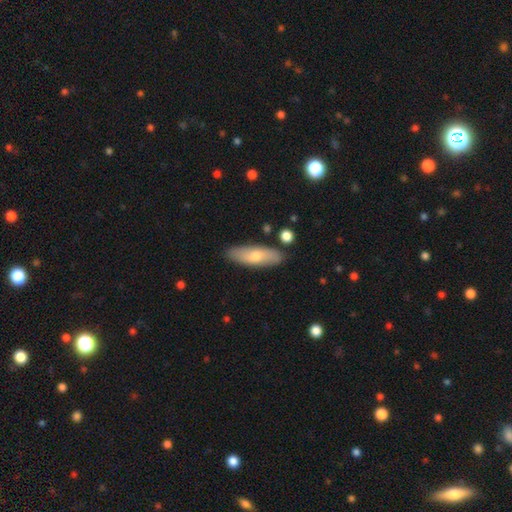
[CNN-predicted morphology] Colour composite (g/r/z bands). It shows a smooth galaxy with no disk features (64%) that is in between round and cigar-shaped (53%). Merging: none (86%).